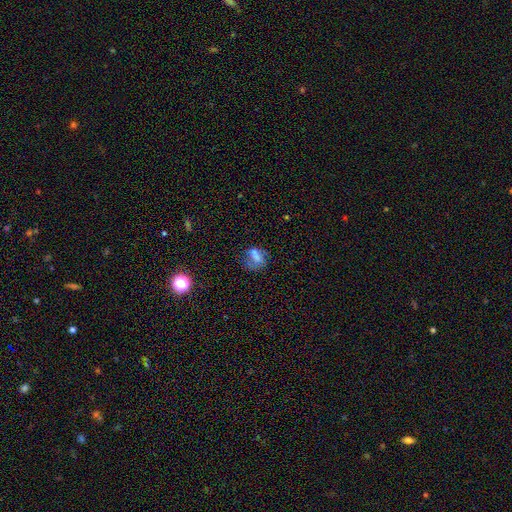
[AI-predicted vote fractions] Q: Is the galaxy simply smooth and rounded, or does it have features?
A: smooth — 60%.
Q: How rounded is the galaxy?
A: in between — 52%.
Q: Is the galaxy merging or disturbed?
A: none — 46%.